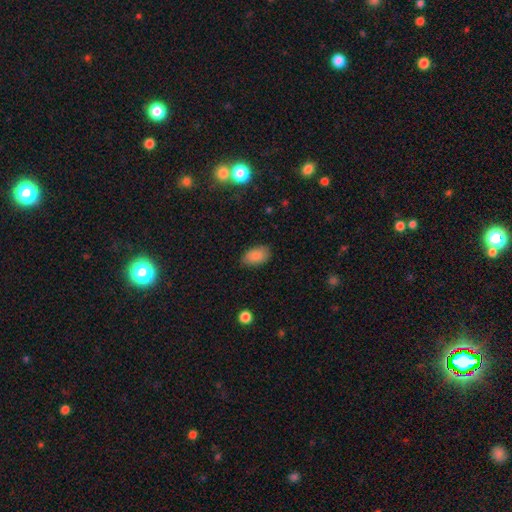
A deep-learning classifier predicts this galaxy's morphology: This appears to be a smooth galaxy with no disk features (85%) that is in between round and cigar-shaped (92%). Merging: none (82%).